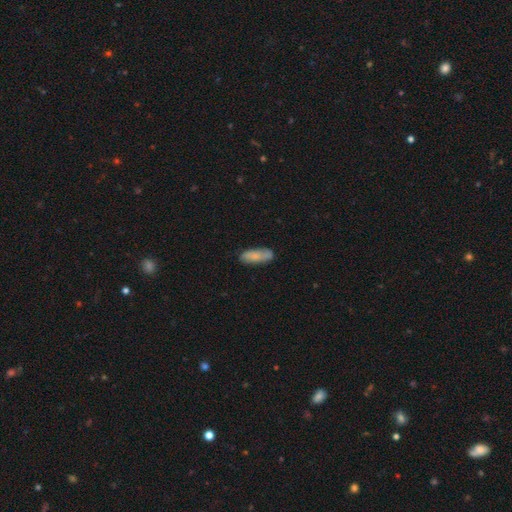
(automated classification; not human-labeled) smooth_or_featured: smooth (p=0.74) [alt: featured or disk p=0.20]
how_rounded: in between (p=0.60) [alt: cigar-shaped p=0.38]
merging: none (p=0.78) [alt: minor disturbance p=0.17]